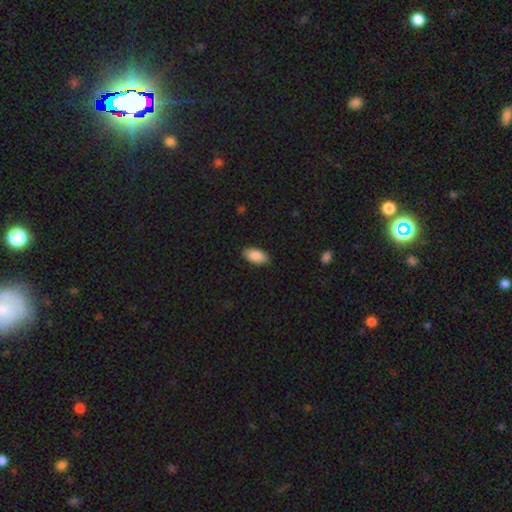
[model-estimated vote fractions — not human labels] smooth_or_featured: smooth (p=0.89) [alt: star or artifact p=0.06]
how_rounded: in between (p=0.94) [alt: cigar-shaped p=0.04]
merging: none (p=0.87) [alt: minor disturbance p=0.10]